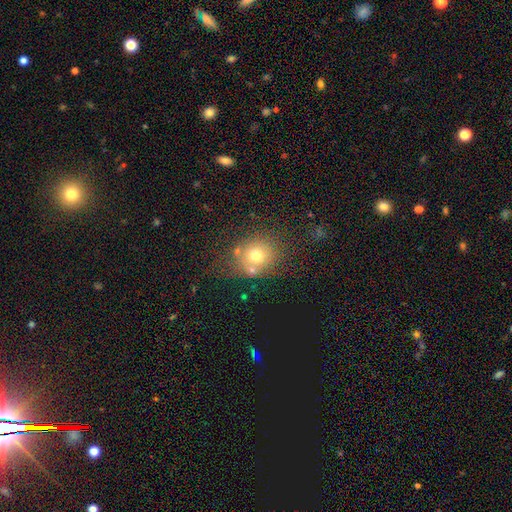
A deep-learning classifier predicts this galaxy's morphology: The model was most divided on "merging": none: 65%, minor disturbance: 15%, merger: 14%, major disturbance: 6%. More confident: how rounded — round (77%); smooth or featured — smooth (70%).